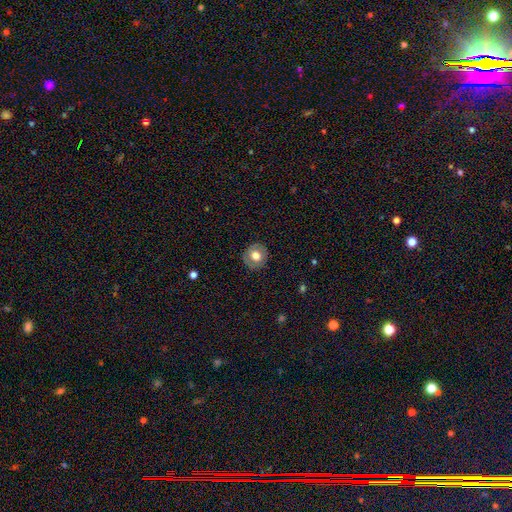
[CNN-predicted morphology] Smooth or featured? smooth (65%)
How rounded? round (88%)
Merging? none (86%)